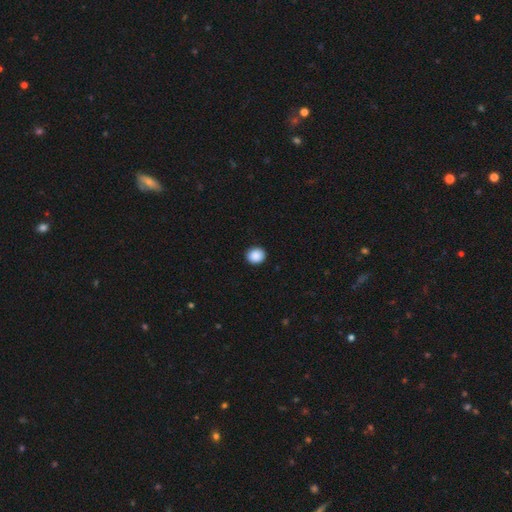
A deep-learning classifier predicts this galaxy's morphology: Smooth or featured: smooth — 89% (star or artifact — 8%)
How rounded: round — 78% (in between — 21%)
Merging: none — 92% (minor disturbance — 6%)